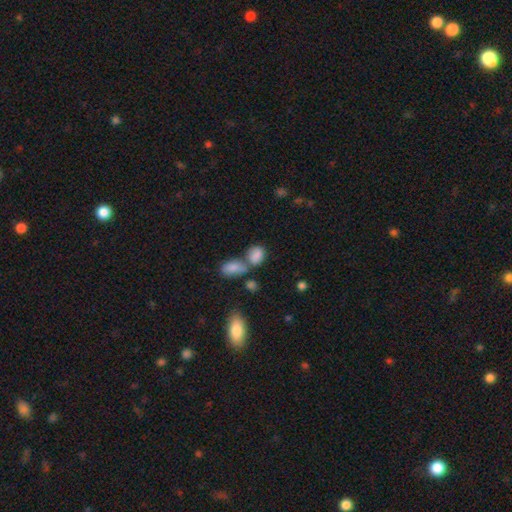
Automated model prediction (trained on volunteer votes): Overall: smooth (83%). How rounded: in between (73%). Merging: merger (42%; none 39%).